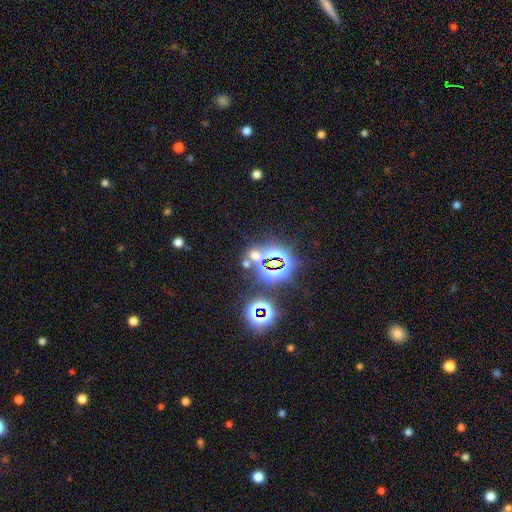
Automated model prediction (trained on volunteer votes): Smooth or featured?
  - star or artifact: 60% *
  - smooth: 32%
  - featured or disk: 8%